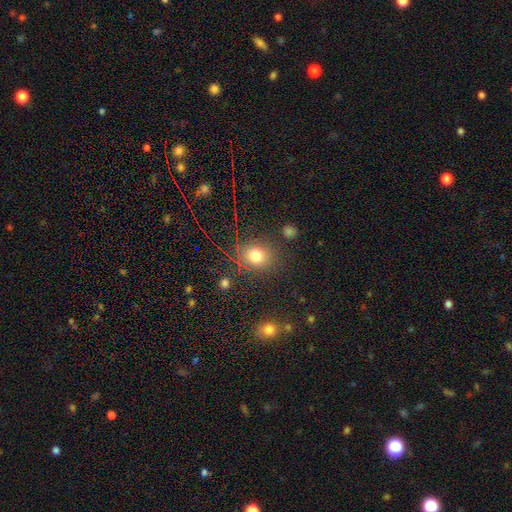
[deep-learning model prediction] Smooth or featured? Predicted: smooth (p=0.75). How rounded? Predicted: round (p=0.68). Merging? Predicted: none (p=0.82).